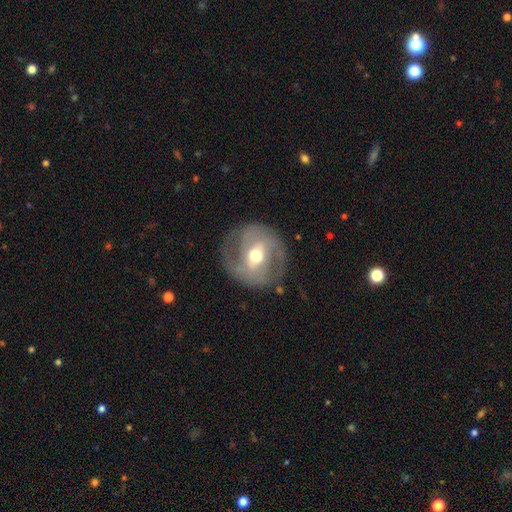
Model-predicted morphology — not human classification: smooth-or-featured: featured or disk: 76% | smooth: 19% | star or artifact: 6%
  disk-edge-on: no: 96% | yes: 4%
    bar: weak: 41% | strong: 33% | no: 26%
    has-spiral-arms: yes: 81% | no: 19%
      spiral-winding: medium: 45% | tight: 34% | loose: 21%
      spiral-arm-count: 2: 80% | can't tell: 10% | 3: 4% | 1: 3% | 4: 1% | more than 4: 1%
    bulge-size: moderate: 70% | small: 20% | large: 7% | dominant: 1% | none: 1%
  merging: none: 76% | minor disturbance: 14% | major disturbance: 9% | merger: 1%